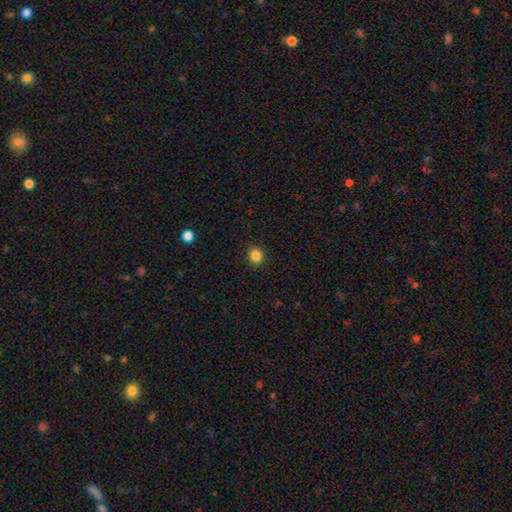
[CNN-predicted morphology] Smooth or featured? Predicted: smooth (p=0.85). How rounded? Predicted: round (p=0.88). Merging? Predicted: none (p=0.90).